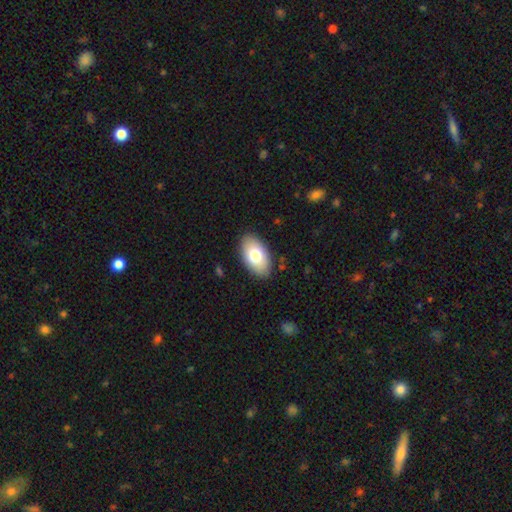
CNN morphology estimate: Smooth or featured? Predicted: smooth (p=0.76). How rounded? Predicted: in between (p=0.94). Merging? Predicted: none (p=0.87).